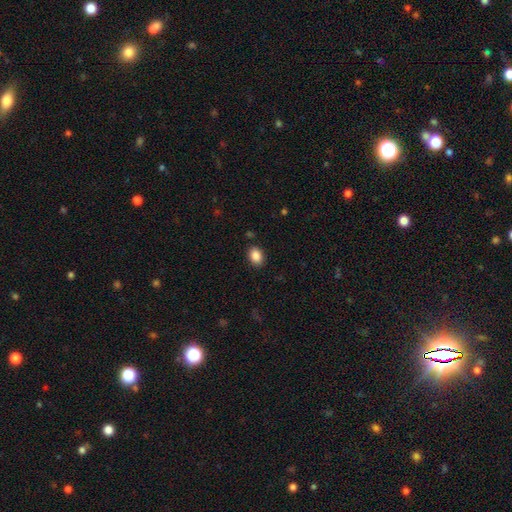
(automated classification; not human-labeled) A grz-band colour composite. It shows a smooth galaxy with no disk features (87%) that is in between round and cigar-shaped (74%). Merging: none (88%).